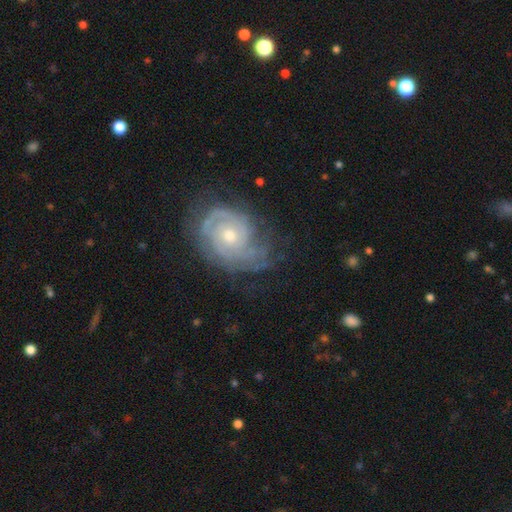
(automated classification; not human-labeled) The model was most divided on "spiral arm count": can't tell: 32%, 2: 27%, 3: 20%, 4: 9%, 1: 6%, more than 4: 6%. More confident: edge-on disk — no (97%); spiral arms — yes (95%); smooth or featured — featured or disk (84%); bar — no (77%); spiral winding — tight (71%); merging — none (68%); bulge size — moderate (52%).